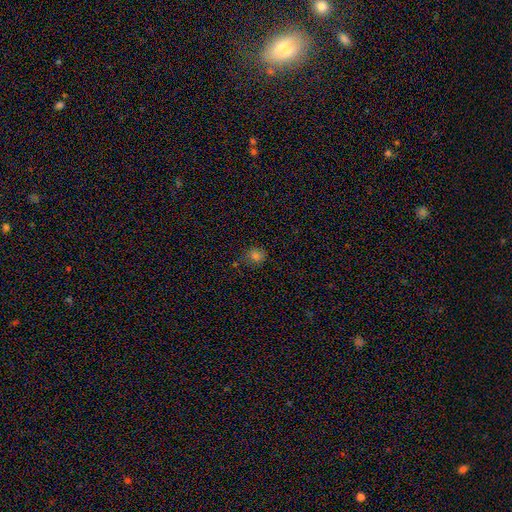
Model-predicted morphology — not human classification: Smooth or featured? smooth (74%)
How rounded? round (71%)
Merging? none (73%)